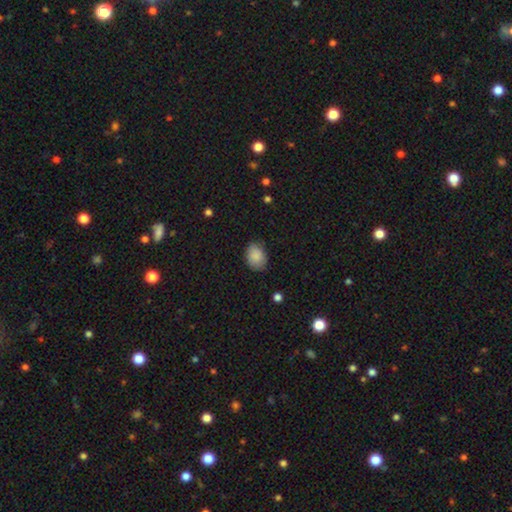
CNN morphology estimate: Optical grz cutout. It shows a smooth galaxy with no disk features (87%) that is in between round and cigar-shaped (71%). Merging: none (76%).